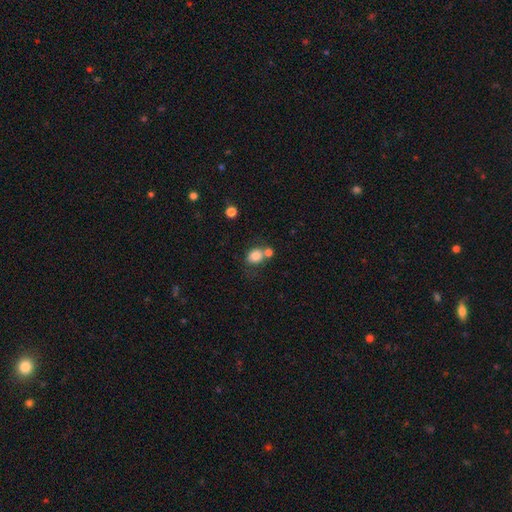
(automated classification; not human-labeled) smooth_or_featured: smooth (p=0.81) [alt: star or artifact p=0.10]
how_rounded: round (p=0.64) [alt: in between p=0.35]
merging: none (p=0.53) [alt: merger p=0.29]